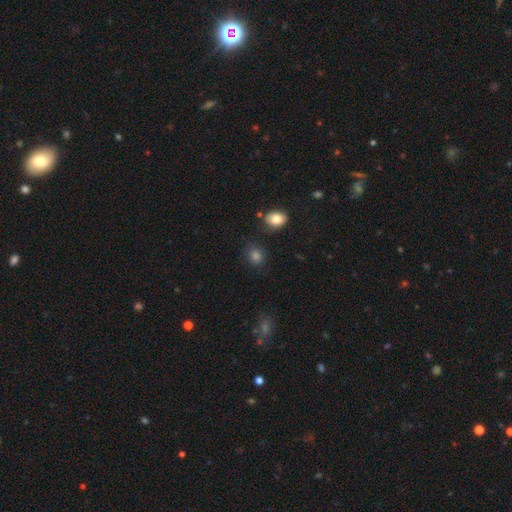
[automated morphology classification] Smooth or featured? smooth (81%)
How rounded? round (66%)
Merging? none (82%)